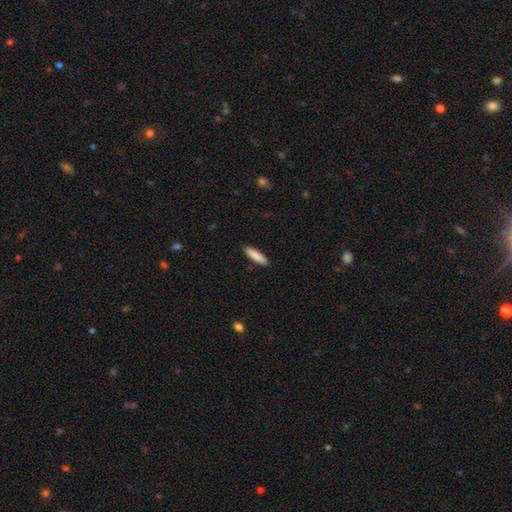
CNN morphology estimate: This is clearly a smooth galaxy (88%). How rounded: likely cigar-shaped (73%). Merging: clearly none (89%).